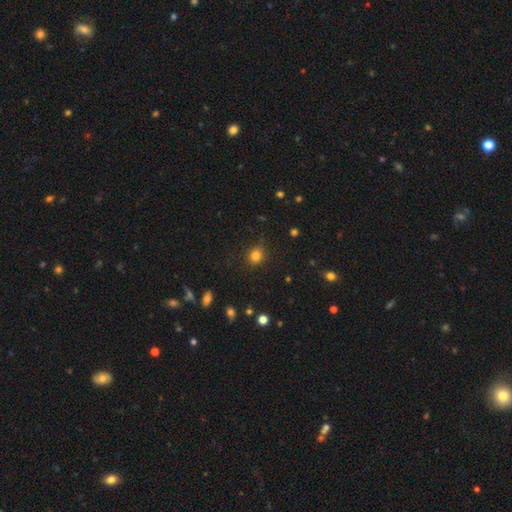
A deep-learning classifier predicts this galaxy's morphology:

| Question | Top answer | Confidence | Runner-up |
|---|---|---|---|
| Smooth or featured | smooth | 80% | star or artifact (14%) |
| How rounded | round | 78% | in between (21%) |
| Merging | none | 83% | minor disturbance (12%) |